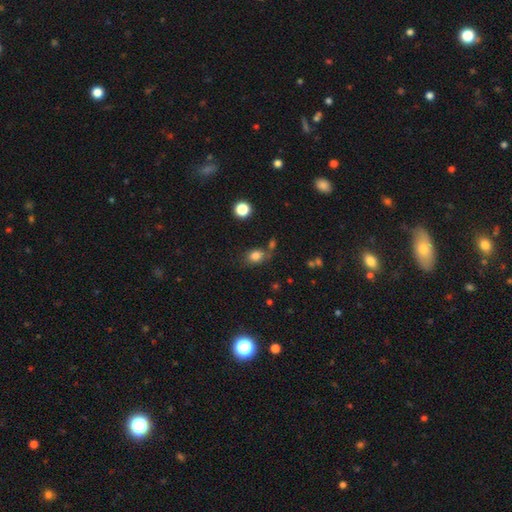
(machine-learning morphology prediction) This appears to be a smooth galaxy with no disk features (82%) that is in between round and cigar-shaped (62%). Merging: none (65%).